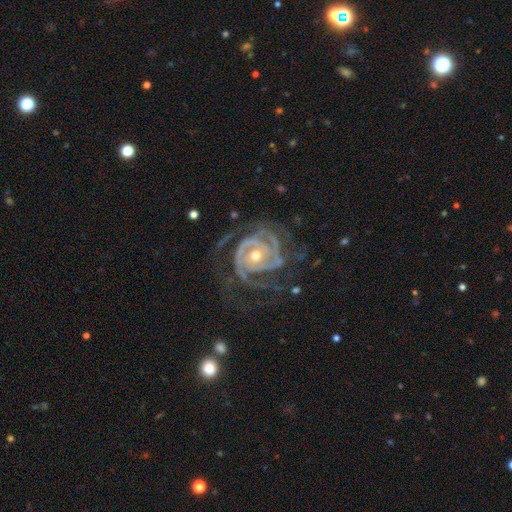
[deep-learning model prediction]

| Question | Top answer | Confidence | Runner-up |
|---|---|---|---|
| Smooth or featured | featured or disk | 92% | star or artifact (4%) |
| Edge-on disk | no | 97% | yes (3%) |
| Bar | no | 66% | weak (22%) |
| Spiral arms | yes | 98% | no (2%) |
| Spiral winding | tight | 71% | medium (24%) |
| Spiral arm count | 3 | 37% | 2 (24%) |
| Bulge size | moderate | 65% | small (30%) |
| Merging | none | 60% | minor disturbance (19%) |